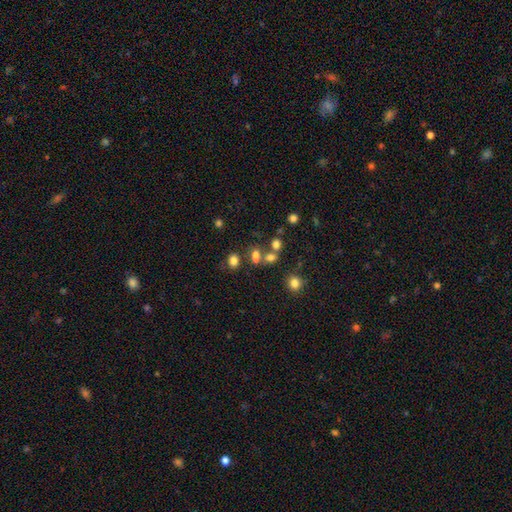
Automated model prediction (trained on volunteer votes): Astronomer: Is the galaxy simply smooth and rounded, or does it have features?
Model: smooth — 68%.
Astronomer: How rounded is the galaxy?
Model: in between — 53% (runner-up: round, 45%).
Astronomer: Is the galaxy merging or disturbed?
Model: none — 50% (runner-up: merger, 32%).